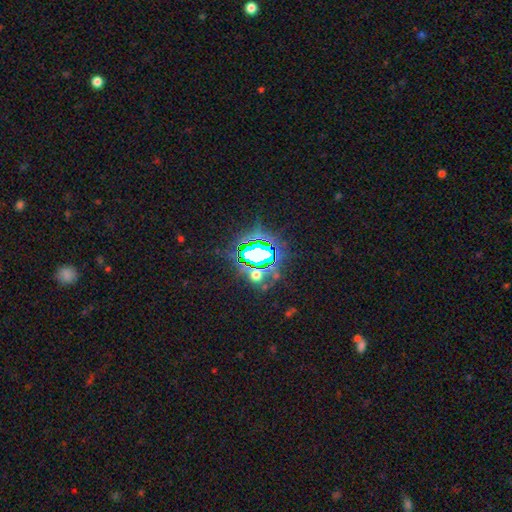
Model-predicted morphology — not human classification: Smooth or featured? Predicted: star or artifact (p=0.73).